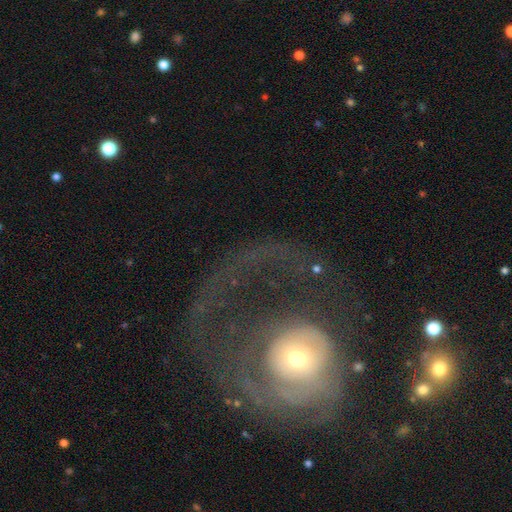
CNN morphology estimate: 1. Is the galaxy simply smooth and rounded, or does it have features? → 62% featured or disk, 28% smooth, 10% star or artifact.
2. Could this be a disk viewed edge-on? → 96% no, 4% yes.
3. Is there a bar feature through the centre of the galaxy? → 78% no, 16% weak, 7% strong.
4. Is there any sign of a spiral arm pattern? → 57% yes, 43% no.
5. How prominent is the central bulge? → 49% moderate, 40% small, 7% large, 3% dominant, 2% none.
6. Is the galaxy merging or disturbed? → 56% major disturbance, 28% none, 10% minor disturbance, 5% merger.